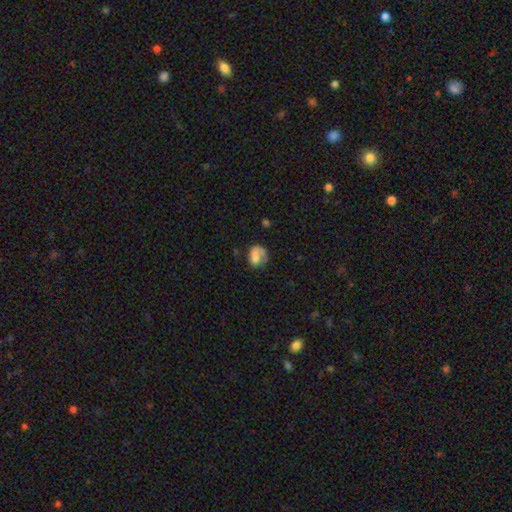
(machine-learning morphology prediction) Smooth or featured?
  - smooth: 62% *
  - featured or disk: 28%
  - star or artifact: 10%
How rounded?
  - in between: 53% *
  - round: 46%
  - cigar-shaped: 1%
Merging?
  - none: 40% *
  - major disturbance: 28%
  - minor disturbance: 24%
  - merger: 8%